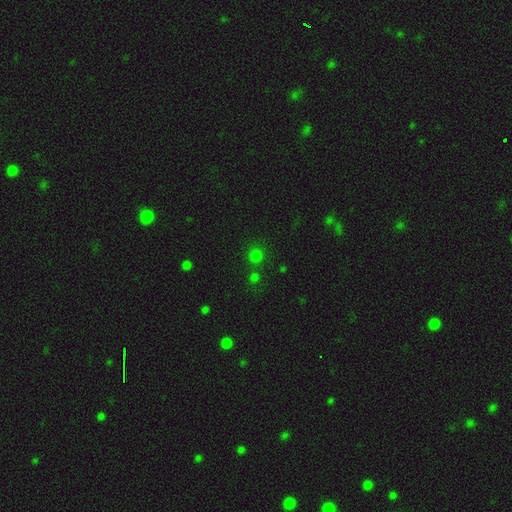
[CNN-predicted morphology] A smooth galaxy with no disk features (70%) that is round (91%).

Vote fractions:
- Smooth or featured? smooth: 70% / star or artifact: 26% / featured or disk: 5%
- How rounded? round: 91% / in between: 8% / cigar-shaped: 1%
- Merging? none: 76% / merger: 13% / minor disturbance: 8% / major disturbance: 3%